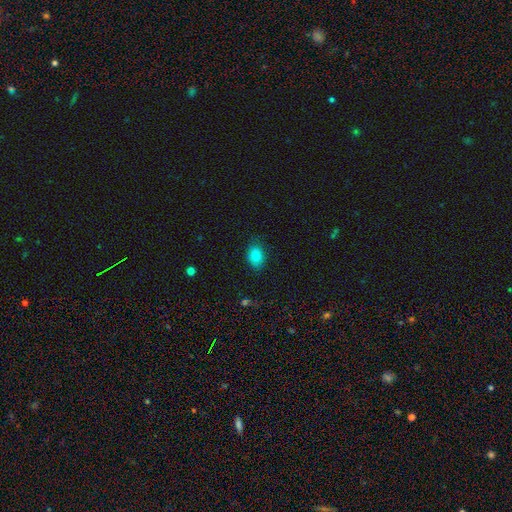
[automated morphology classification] A smooth galaxy with no disk features (82%) that is in between round and cigar-shaped (79%).

Vote fractions:
- Smooth or featured? smooth: 82% / star or artifact: 10% / featured or disk: 8%
- How rounded? in between: 79% / round: 20% / cigar-shaped: 1%
- Merging? none: 80% / minor disturbance: 15% / major disturbance: 3% / merger: 1%